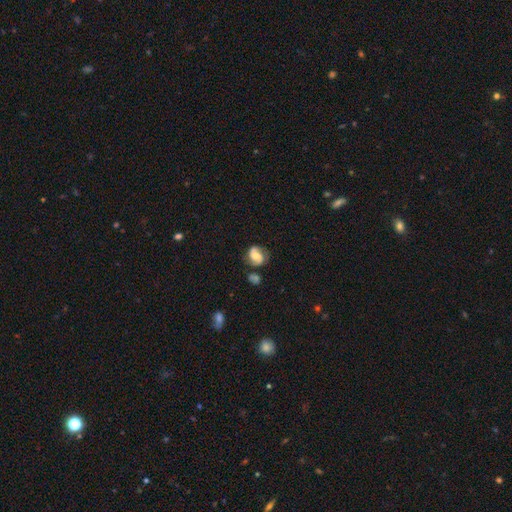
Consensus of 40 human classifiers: smooth_or_featured: featured or disk (p=0.80) [alt: smooth p=0.20]
disk_edge_on: no (p=0.97) [alt: yes p=0.03]
bar: no (p=0.58) [alt: weak p=0.35]
has_spiral_arms: yes (p=0.97) [alt: no p=0.03]
spiral_winding: medium (p=0.50) [alt: loose p=0.37]
spiral_arm_count: 2 (p=0.87) [alt: 1 p=0.10]
bulge_size: moderate (p=0.39) [tied with: small p=0.39]
merging: none (p=0.70) [alt: minor disturbance p=0.20]